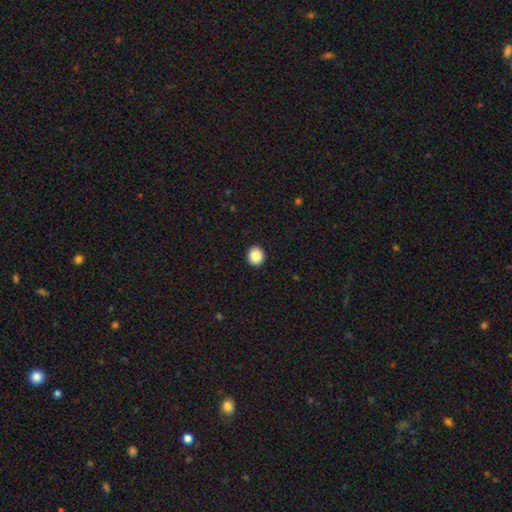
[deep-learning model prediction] This is clearly a smooth galaxy (88%). How rounded: clearly round (83%). Merging: clearly none (93%).